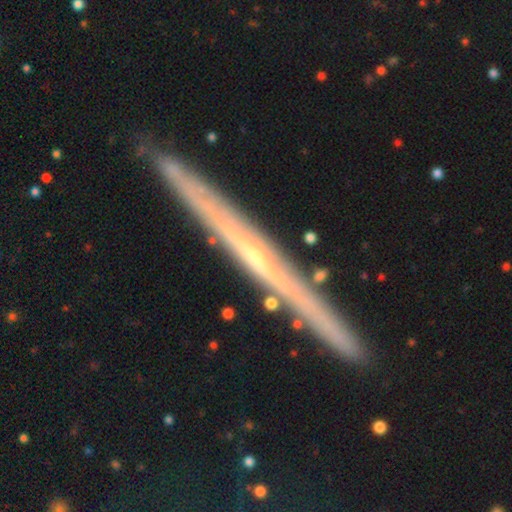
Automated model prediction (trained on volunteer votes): The model was most divided on "edge-on bulge": none: 65%, rounded: 30%, boxy: 5%. More confident: edge-on disk — yes (96%); merging — none (88%); smooth or featured — featured or disk (73%).